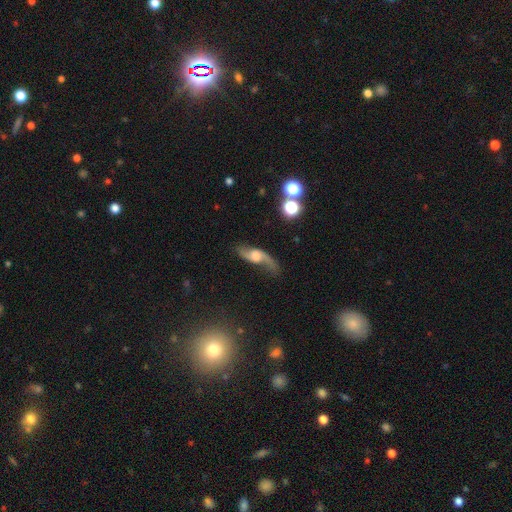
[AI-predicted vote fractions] The model was most divided on "bar": no: 52%, weak: 38%, strong: 10%. Remaining: spiral arms — yes (95%); spiral arm count — 2 (89%); edge-on disk — no (88%); spiral winding — loose (81%); smooth or featured — featured or disk (80%); merging — none (64%); bulge size — moderate (41%).